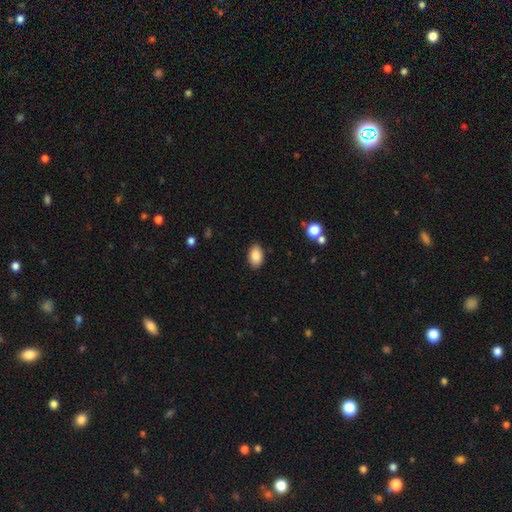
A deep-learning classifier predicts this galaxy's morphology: This is clearly a smooth galaxy (88%). How rounded: clearly in between (90%). Merging: clearly none (88%).